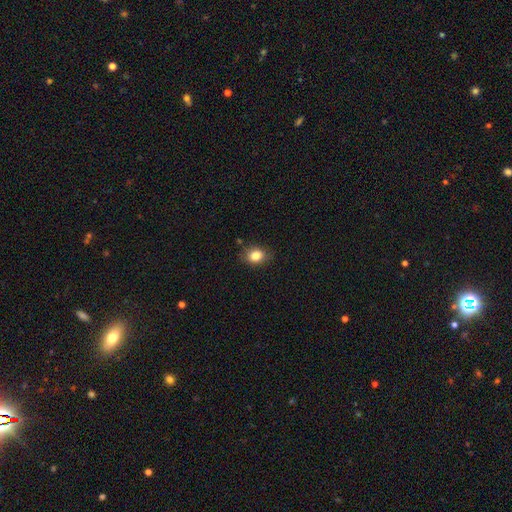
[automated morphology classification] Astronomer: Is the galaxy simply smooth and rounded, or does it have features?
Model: smooth — 83%.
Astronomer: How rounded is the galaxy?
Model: in between — 62%.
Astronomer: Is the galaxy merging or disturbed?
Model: none — 81%.